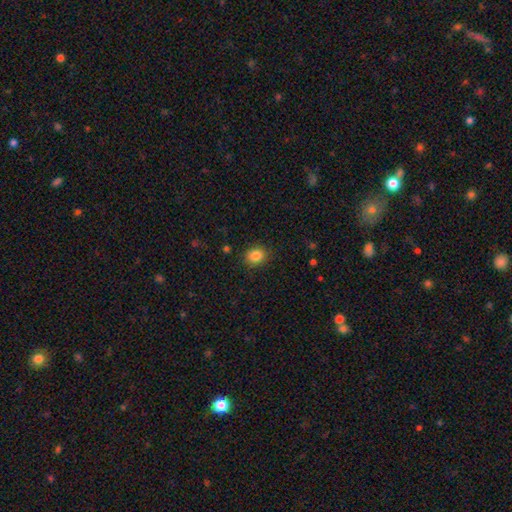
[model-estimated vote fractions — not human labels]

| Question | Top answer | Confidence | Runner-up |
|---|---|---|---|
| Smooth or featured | smooth | 85% | star or artifact (10%) |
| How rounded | round | 64% | in between (36%) |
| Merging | none | 88% | minor disturbance (8%) |